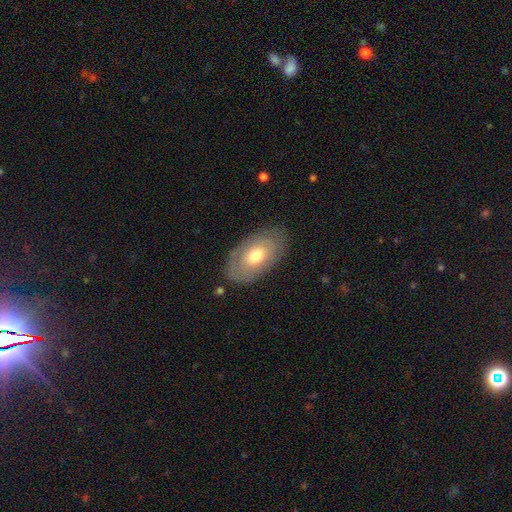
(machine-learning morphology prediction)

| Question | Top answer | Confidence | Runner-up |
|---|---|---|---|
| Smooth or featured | smooth | 56% | featured or disk (38%) |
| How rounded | in between | 93% | round (6%) |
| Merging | none | 80% | minor disturbance (14%) |